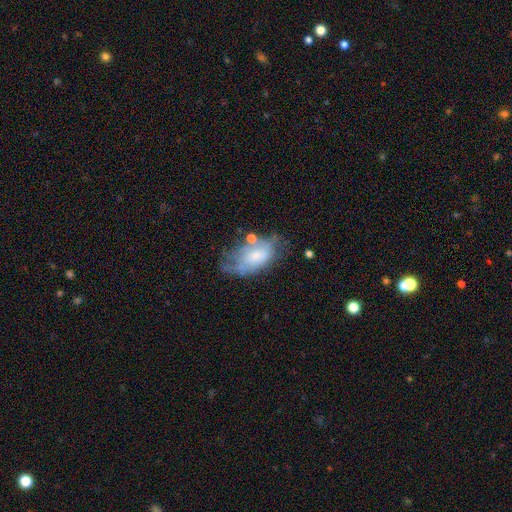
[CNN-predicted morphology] Smooth or featured? smooth (46%)
Merging? none (36%)